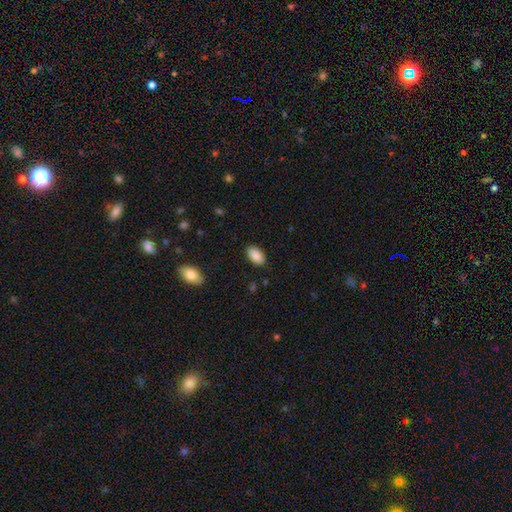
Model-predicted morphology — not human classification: Q: Smooth or featured?
A: smooth (89%); runner-up: star or artifact (7%)
Q: How rounded?
A: in between (94%); runner-up: round (4%)
Q: Merging?
A: none (87%); runner-up: minor disturbance (9%)